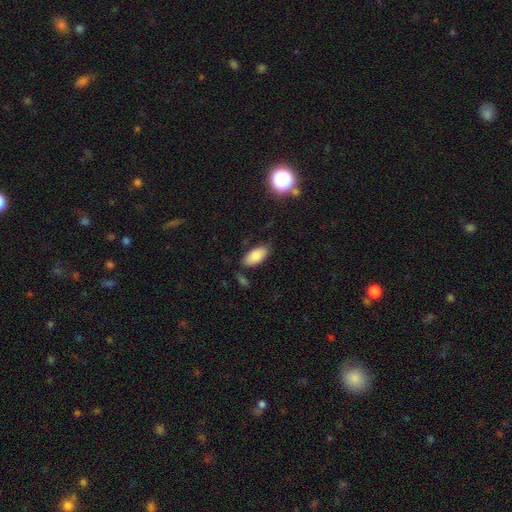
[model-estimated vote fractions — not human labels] Smooth or featured? smooth (82%)
How rounded? in between (92%)
Merging? none (80%)